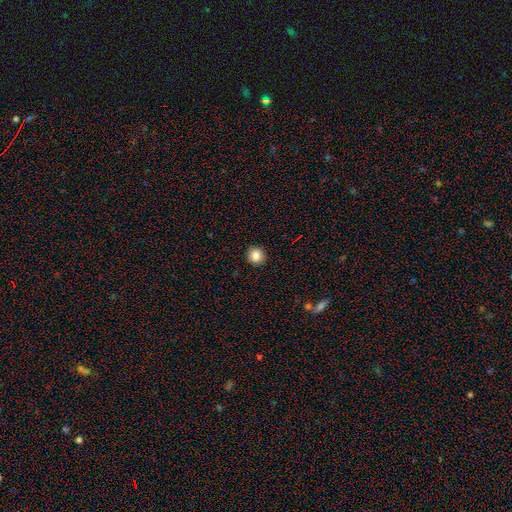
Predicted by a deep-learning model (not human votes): Overall: smooth (85%). How rounded: round (91%). Merging: none (92%).